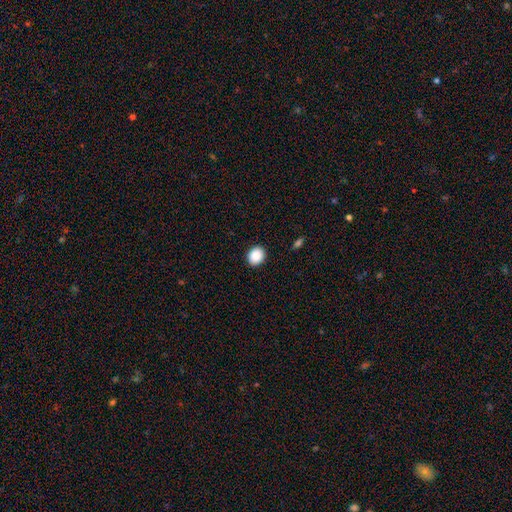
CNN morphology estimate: A smooth galaxy with no disk features (90%) that is round (67%).

Vote fractions:
- Smooth or featured? smooth: 90% / star or artifact: 8% / featured or disk: 3%
- How rounded? round: 67% / in between: 33% / cigar-shaped: 1%
- Merging? none: 91% / minor disturbance: 6% / major disturbance: 2% / merger: 1%